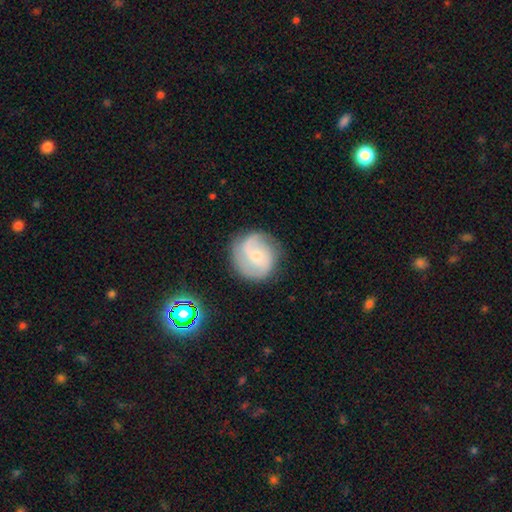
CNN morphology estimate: A featured or disk galaxy (73%) with no bar (55%), 2 (64%) medium (45%) spiral arms (93%) and a small central bulge (62%). Merging: none (77%).